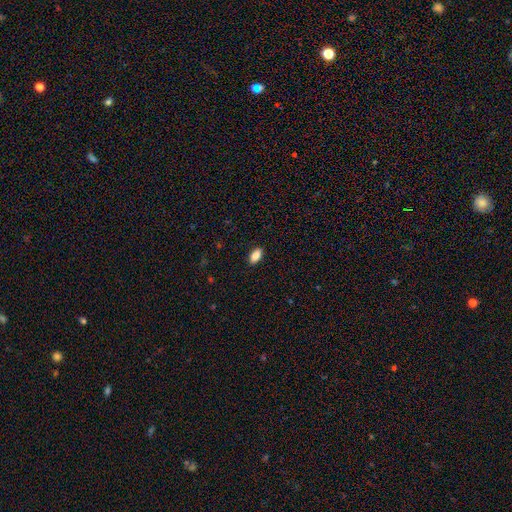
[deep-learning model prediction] Morphology: type=smooth (85%); roundness=in between (91%); merging=none (89%).